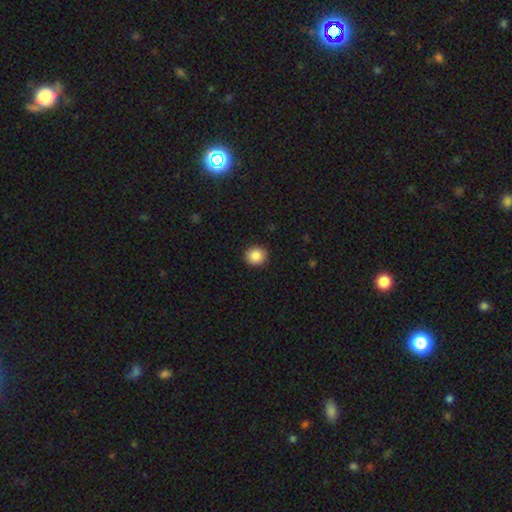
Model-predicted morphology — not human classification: Smooth or featured? smooth (88%)
How rounded? round (87%)
Merging? none (92%)